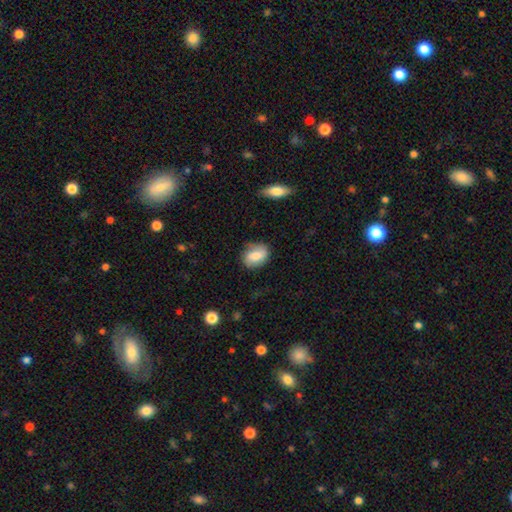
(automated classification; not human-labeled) Overall: smooth (68%). How rounded: in between (67%; round 31%). Merging: none (70%).